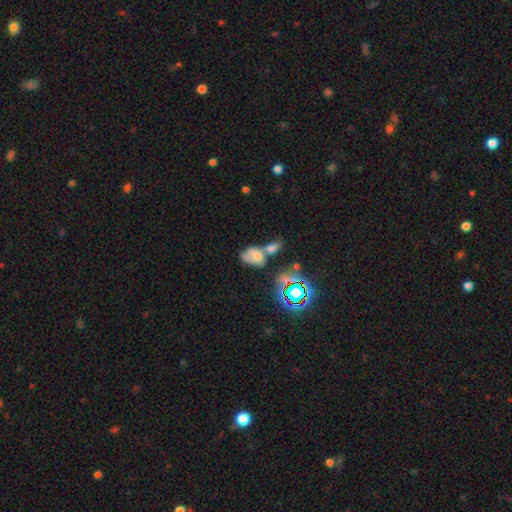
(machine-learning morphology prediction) This appears to be a smooth galaxy with no disk features (55%) that is in between round and cigar-shaped (85%). Merging: merger (58%).